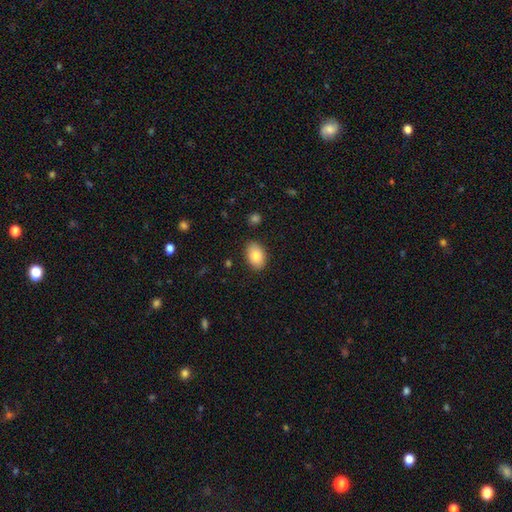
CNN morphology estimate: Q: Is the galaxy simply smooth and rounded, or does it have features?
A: smooth — 85%.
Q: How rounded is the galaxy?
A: in between — 87%.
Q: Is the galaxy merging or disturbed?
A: none — 86%.